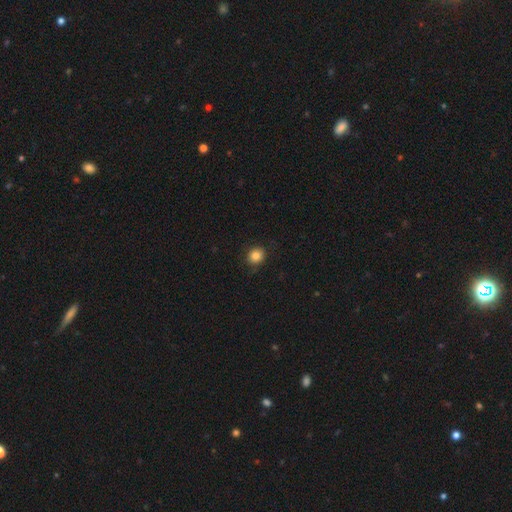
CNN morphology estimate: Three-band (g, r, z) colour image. It shows a smooth galaxy with no disk features (84%) that is round (82%). Merging: none (85%).